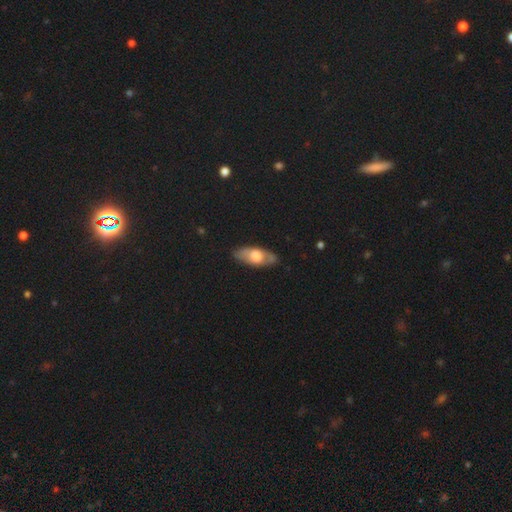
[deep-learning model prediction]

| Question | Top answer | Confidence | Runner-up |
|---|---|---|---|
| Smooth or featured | smooth | 50% | featured or disk (44%) |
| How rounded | in between | 78% | cigar-shaped (18%) |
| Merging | none | 79% | minor disturbance (16%) |